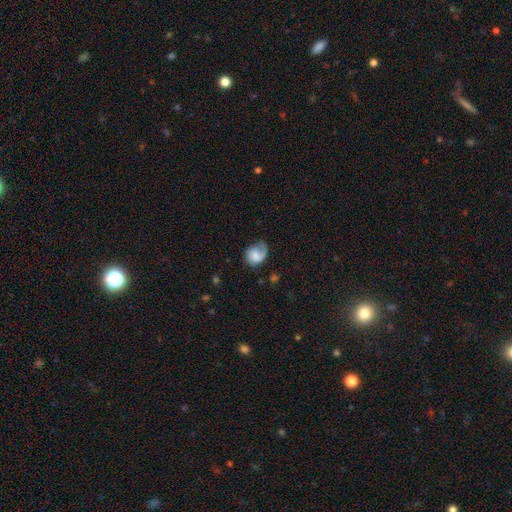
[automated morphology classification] Smooth or featured? smooth (53%)
How rounded? in between (50%)
Merging? none (43%)